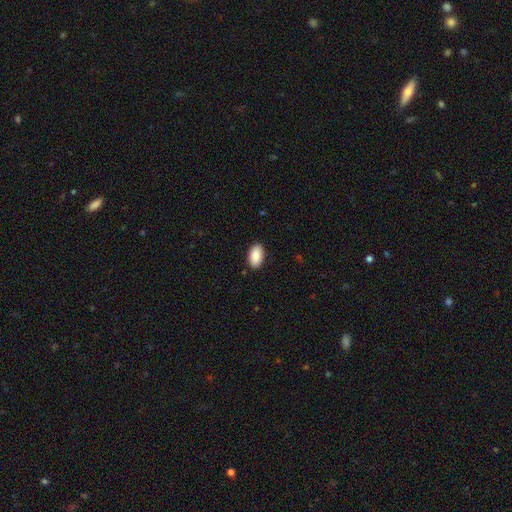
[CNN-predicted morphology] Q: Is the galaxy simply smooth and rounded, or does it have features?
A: smooth — 89%.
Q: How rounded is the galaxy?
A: in between — 95%.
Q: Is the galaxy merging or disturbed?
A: none — 89%.